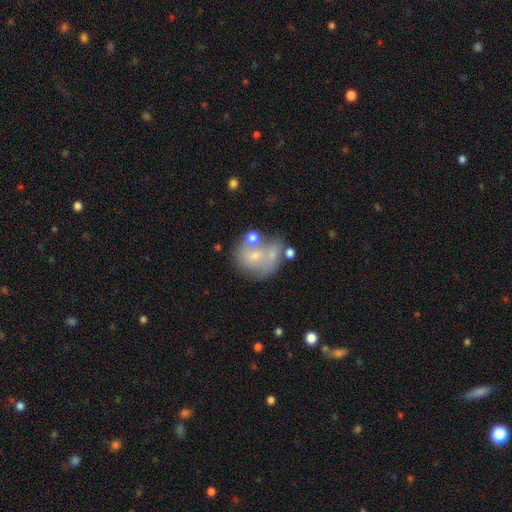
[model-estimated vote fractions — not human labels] Q: Smooth or featured?
A: smooth (46%); runner-up: featured or disk (42%)
Q: Merging?
A: none (37%); runner-up: merger (30%)